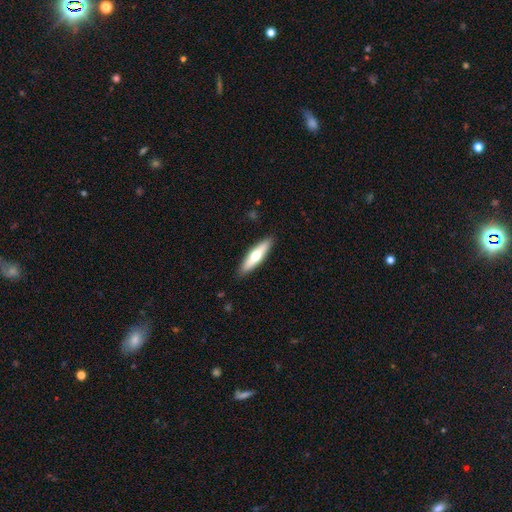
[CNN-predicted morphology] smooth 54%, featured or disk 41%, star or artifact 5%. Down the decision tree: how rounded — cigar-shaped (71%); merging — none (90%).